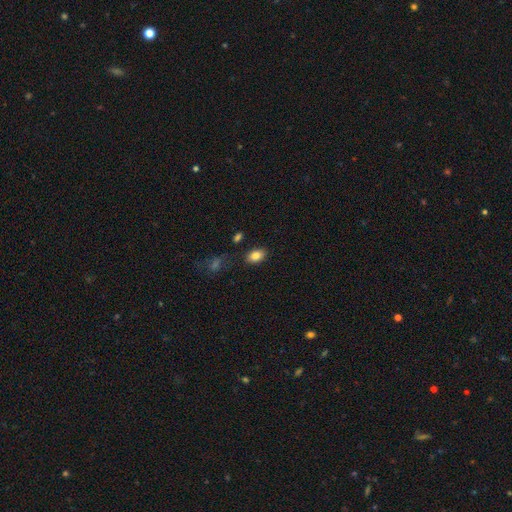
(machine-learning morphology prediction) Smooth or featured?
  - smooth: 83% *
  - star or artifact: 9%
  - featured or disk: 8%
How rounded?
  - in between: 86% *
  - round: 12%
  - cigar-shaped: 2%
Merging?
  - none: 82% *
  - minor disturbance: 12%
  - major disturbance: 3%
  - merger: 3%